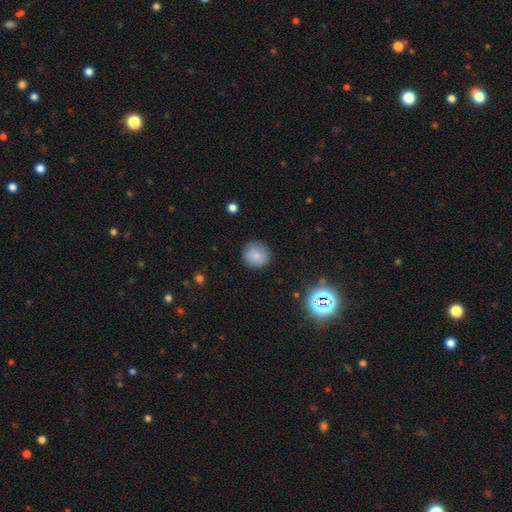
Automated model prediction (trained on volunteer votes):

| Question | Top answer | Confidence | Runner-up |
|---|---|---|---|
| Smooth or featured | smooth | 83% | star or artifact (11%) |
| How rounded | round | 92% | in between (7%) |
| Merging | none | 89% | minor disturbance (8%) |